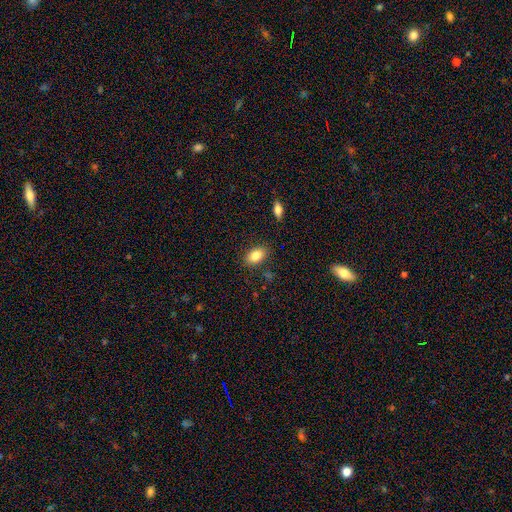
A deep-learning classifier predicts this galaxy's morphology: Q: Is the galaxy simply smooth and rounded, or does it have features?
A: smooth — 84%.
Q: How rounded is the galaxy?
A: in between — 86%.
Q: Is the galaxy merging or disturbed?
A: none — 84%.